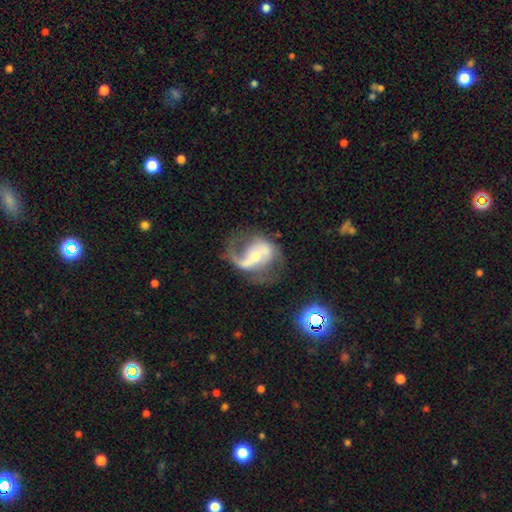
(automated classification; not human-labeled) This is clearly a featured or disk galaxy (82%). It is clearly not viewed edge-on (97%). Bar: marginally weak (38%). Spiral arm pattern: clearly yes (91%). Spiral arm count: likely 2 (62%). Spiral winding: possibly loose (55%). Central bulge: possibly small (50%). Merging: possibly none (47%).